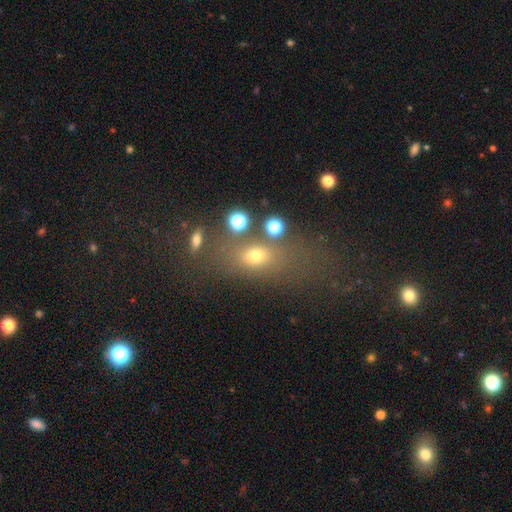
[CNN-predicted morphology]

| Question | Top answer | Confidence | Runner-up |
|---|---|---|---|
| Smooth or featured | smooth | 61% | star or artifact (21%) |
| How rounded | in between | 64% | round (26%) |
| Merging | none | 55% | minor disturbance (17%) |